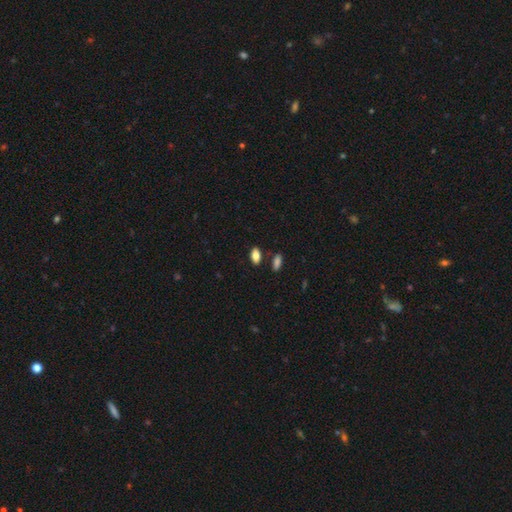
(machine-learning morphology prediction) A smooth galaxy with no disk features (84%) that is in between round and cigar-shaped (91%).

Vote fractions:
- Smooth or featured? smooth: 84% / star or artifact: 8% / featured or disk: 8%
- How rounded? in between: 91% / cigar-shaped: 5% / round: 4%
- Merging? none: 81% / minor disturbance: 10% / merger: 6% / major disturbance: 2%